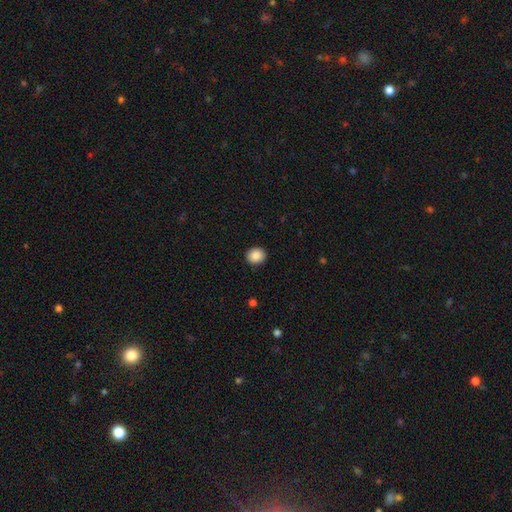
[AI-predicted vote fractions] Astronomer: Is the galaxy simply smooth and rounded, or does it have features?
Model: smooth — 88%.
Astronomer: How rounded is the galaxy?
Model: round — 83%.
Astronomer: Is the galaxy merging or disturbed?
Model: none — 92%.